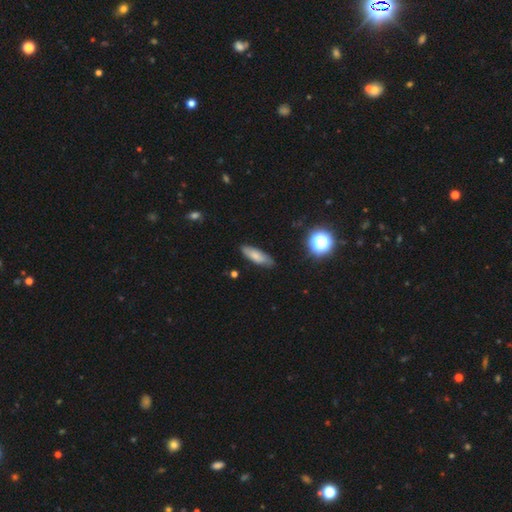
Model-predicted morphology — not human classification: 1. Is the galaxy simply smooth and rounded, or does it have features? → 74% smooth, 18% featured or disk, 9% star or artifact.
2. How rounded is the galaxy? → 56% in between, 42% cigar-shaped, 2% round.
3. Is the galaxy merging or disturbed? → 81% none, 15% minor disturbance, 3% major disturbance, 1% merger.